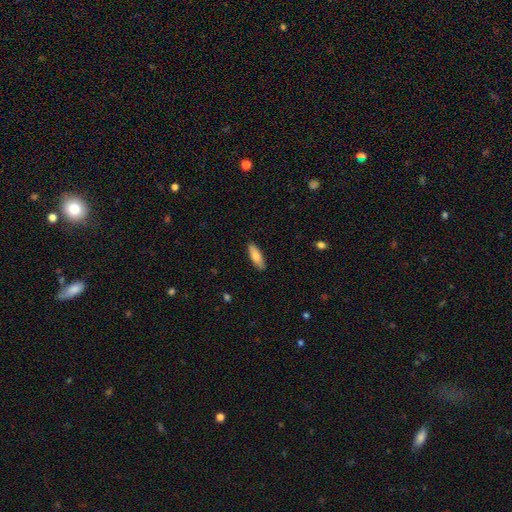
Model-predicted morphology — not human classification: Q: Smooth or featured?
A: smooth (77%); runner-up: featured or disk (17%)
Q: How rounded?
A: in between (56%); runner-up: cigar-shaped (42%)
Q: Merging?
A: none (88%); runner-up: minor disturbance (9%)